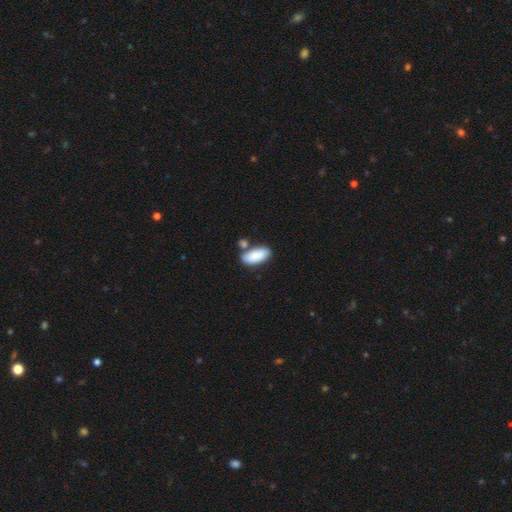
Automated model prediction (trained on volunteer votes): smooth-or-featured: smooth: 87% | featured or disk: 7% | star or artifact: 6%
  how-rounded: in between: 91% | cigar-shaped: 7% | round: 2%
  merging: none: 59% | merger: 23% | minor disturbance: 14% | major disturbance: 4%